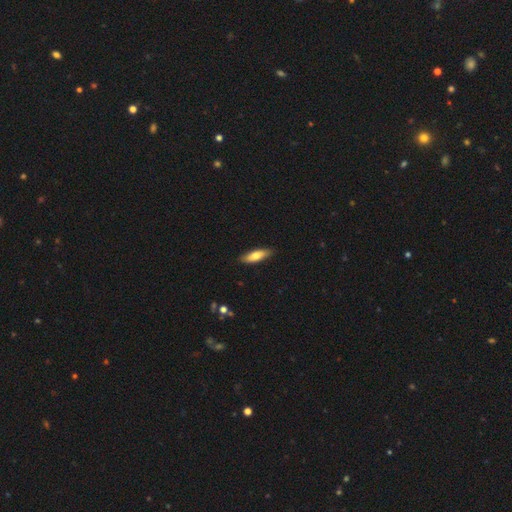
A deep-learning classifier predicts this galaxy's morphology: Overall: smooth (71%). How rounded: in between (49%; cigar-shaped 48%). Merging: none (87%).